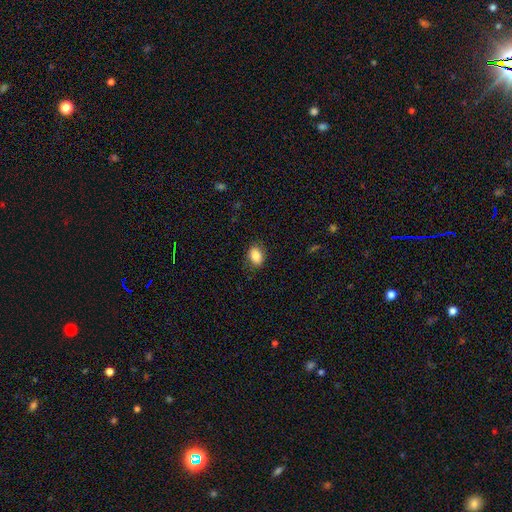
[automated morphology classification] This appears to be a smooth galaxy with no disk features (85%) that is in between round and cigar-shaped (74%). Merging: none (82%).